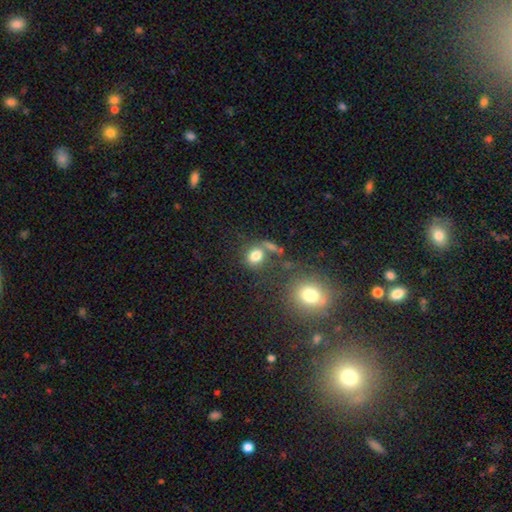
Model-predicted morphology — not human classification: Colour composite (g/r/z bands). It shows a smooth galaxy with no disk features (77%) that is round (58%). Merging: none (55%).